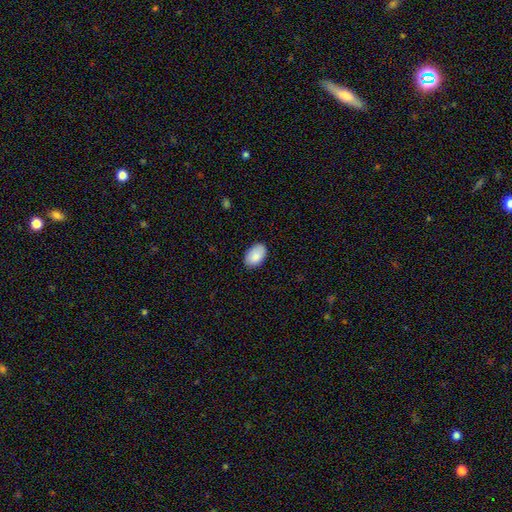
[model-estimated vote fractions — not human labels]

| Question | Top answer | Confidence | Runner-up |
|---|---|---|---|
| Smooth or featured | smooth | 88% | star or artifact (6%) |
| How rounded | in between | 93% | round (6%) |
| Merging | none | 86% | minor disturbance (11%) |